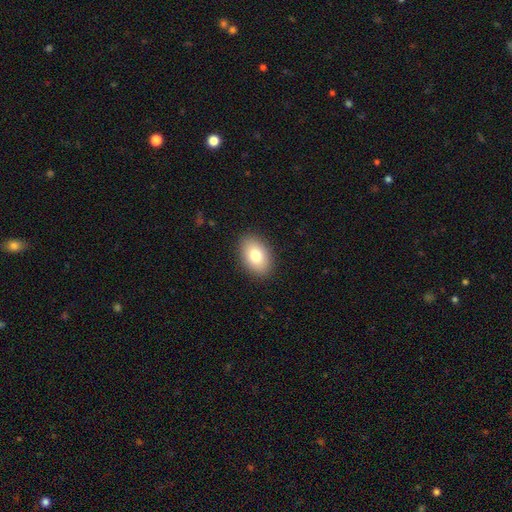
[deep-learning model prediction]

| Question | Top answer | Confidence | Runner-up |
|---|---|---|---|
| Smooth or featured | smooth | 79% | featured or disk (13%) |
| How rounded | in between | 86% | round (13%) |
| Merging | none | 89% | minor disturbance (8%) |